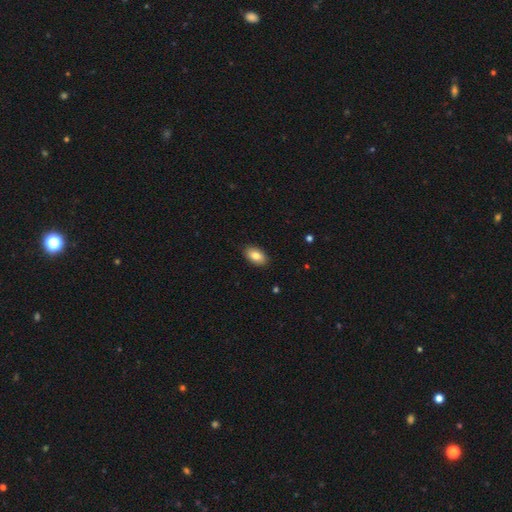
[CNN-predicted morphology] This appears to be a smooth galaxy with no disk features (83%) that is in between round and cigar-shaped (93%). Merging: none (89%).